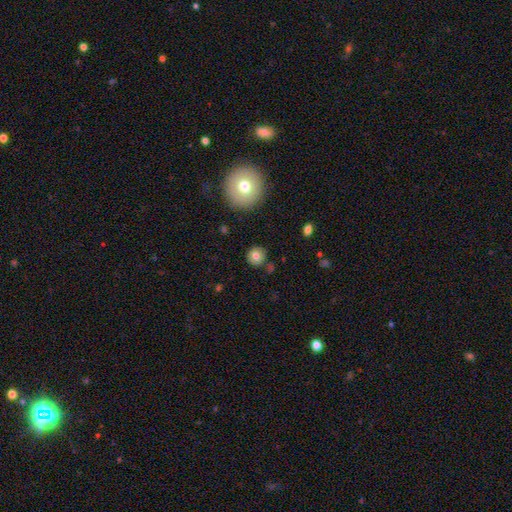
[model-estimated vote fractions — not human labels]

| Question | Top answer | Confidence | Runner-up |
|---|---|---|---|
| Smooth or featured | smooth | 76% | featured or disk (14%) |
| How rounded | round | 91% | in between (8%) |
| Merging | none | 86% | minor disturbance (9%) |